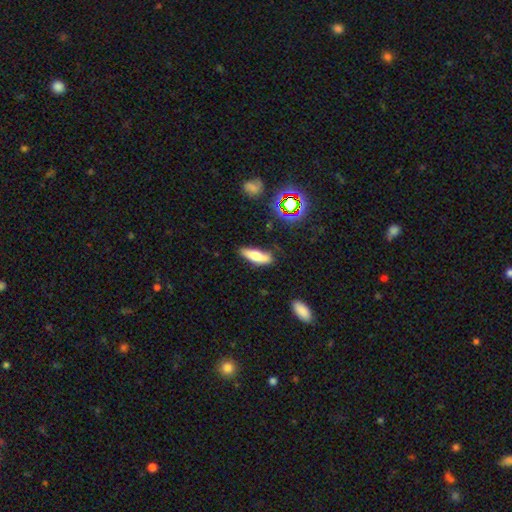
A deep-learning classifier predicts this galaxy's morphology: This appears to be a smooth galaxy with no disk features (67%) that is cigar-shaped (50%). Merging: none (74%).